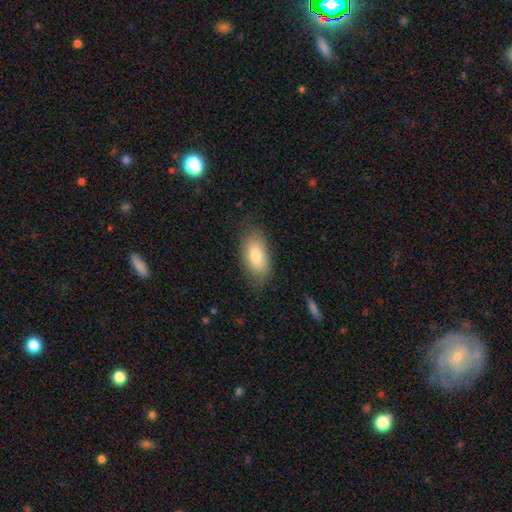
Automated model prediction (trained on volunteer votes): Smooth or featured? smooth (78%)
How rounded? in between (90%)
Merging? none (80%)